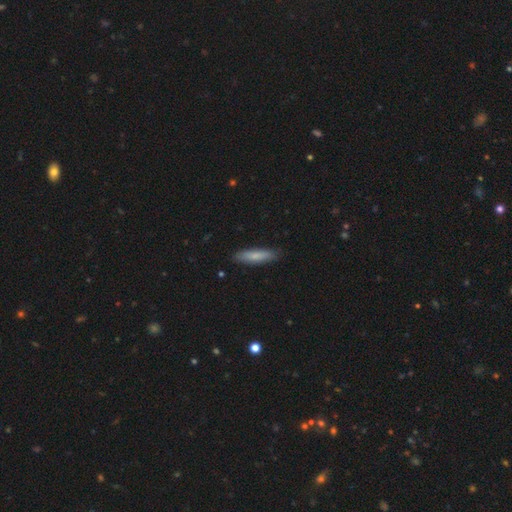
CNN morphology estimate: A smooth galaxy with no disk features (78%) that is cigar-shaped (75%).

Vote fractions:
- Smooth or featured? smooth: 78% / featured or disk: 17% / star or artifact: 5%
- How rounded? cigar-shaped: 75% / in between: 23% / round: 2%
- Merging? none: 87% / minor disturbance: 11% / major disturbance: 2% / merger: 1%